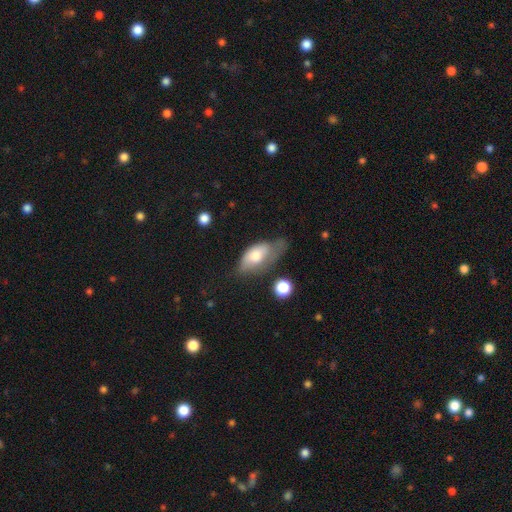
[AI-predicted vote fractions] This is likely a smooth galaxy (64%). How rounded: clearly in between (89%). Merging: marginally minor disturbance (39%).